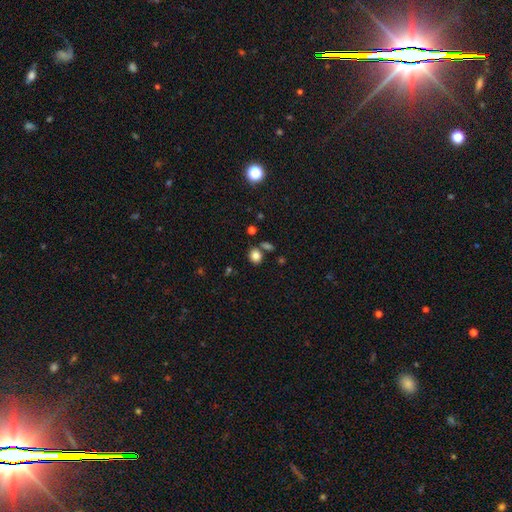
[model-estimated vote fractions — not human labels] smooth-or-featured: smooth: 82% | star or artifact: 12% | featured or disk: 6%
  how-rounded: round: 61% | in between: 38% | cigar-shaped: 1%
  merging: none: 73% | merger: 13% | minor disturbance: 11% | major disturbance: 3%